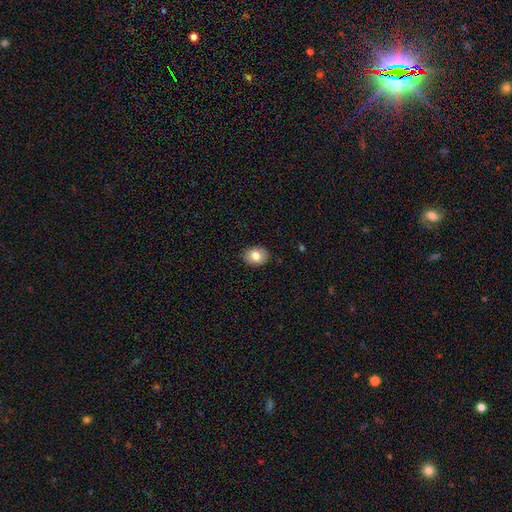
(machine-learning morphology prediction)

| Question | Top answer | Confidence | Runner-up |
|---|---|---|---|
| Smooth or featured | smooth | 81% | featured or disk (11%) |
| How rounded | in between | 62% | round (37%) |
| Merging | none | 87% | minor disturbance (10%) |